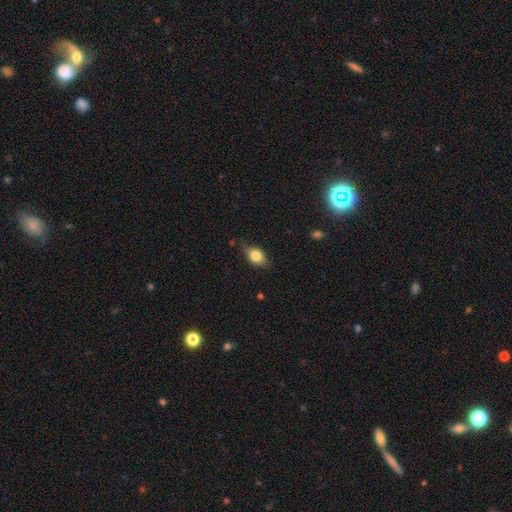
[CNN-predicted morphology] This appears to be a smooth galaxy with no disk features (80%) that is in between round and cigar-shaped (75%). Merging: none (71%).